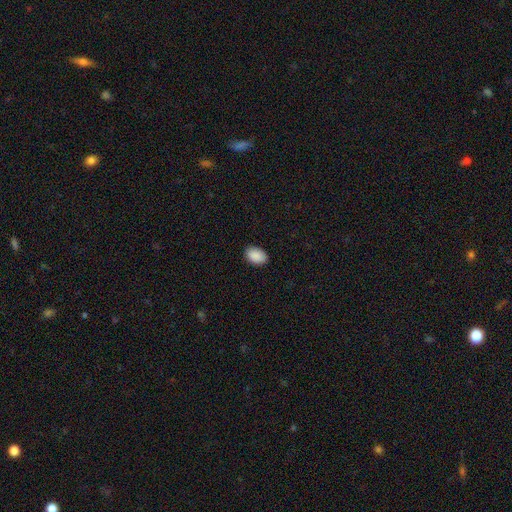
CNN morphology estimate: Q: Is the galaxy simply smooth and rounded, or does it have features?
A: smooth — 90%.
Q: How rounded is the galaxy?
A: in between — 88%.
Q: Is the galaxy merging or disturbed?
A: none — 88%.